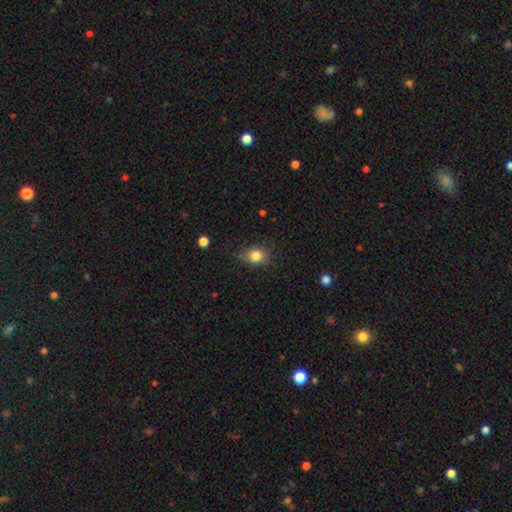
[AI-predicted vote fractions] Smooth or featured?
  - smooth: 83% *
  - star or artifact: 10%
  - featured or disk: 7%
How rounded?
  - round: 59% *
  - in between: 40%
  - cigar-shaped: 1%
Merging?
  - none: 75% *
  - minor disturbance: 19%
  - major disturbance: 5%
  - merger: 2%